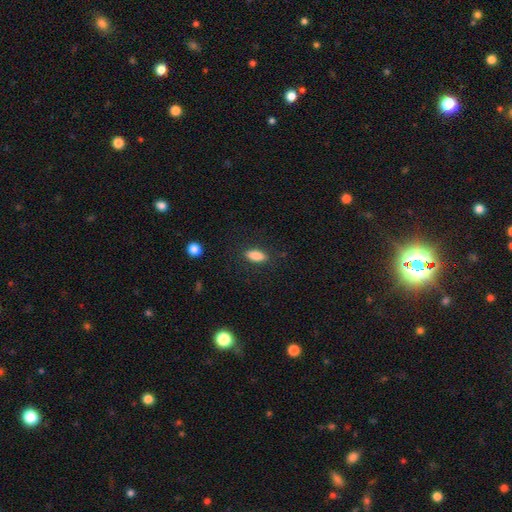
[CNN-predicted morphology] Smooth or featured?
  - smooth: 85% *
  - star or artifact: 8%
  - featured or disk: 7%
How rounded?
  - in between: 80% *
  - cigar-shaped: 16%
  - round: 4%
Merging?
  - none: 85% *
  - minor disturbance: 10%
  - major disturbance: 3%
  - merger: 1%